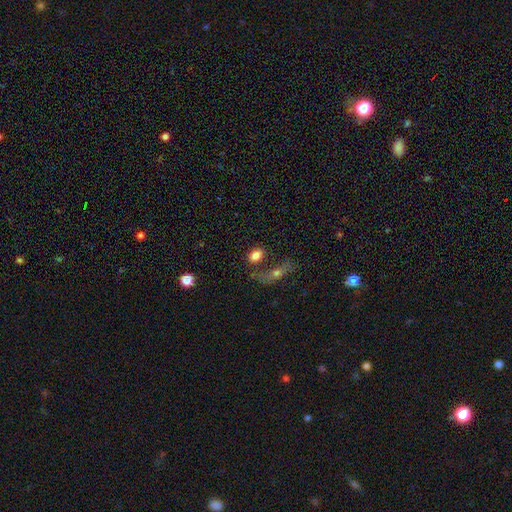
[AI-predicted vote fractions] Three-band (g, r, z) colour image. It shows a smooth galaxy with no disk features (81%) that is in between round and cigar-shaped (82%). Merging: none (58%).